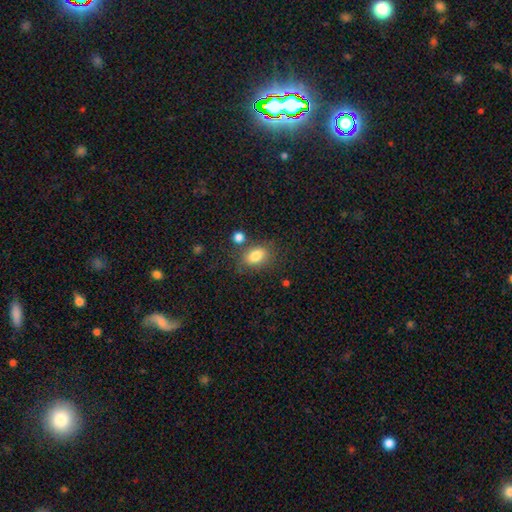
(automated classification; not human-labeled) Smooth or featured: smooth — 82% (star or artifact — 10%)
How rounded: in between — 78% (round — 20%)
Merging: none — 70% (minor disturbance — 15%)